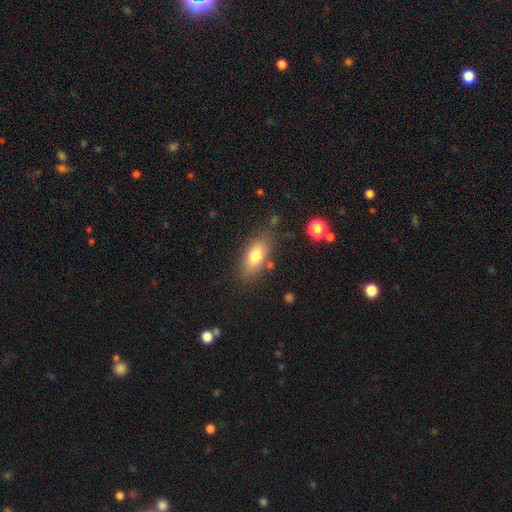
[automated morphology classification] The model was most divided on "smooth or featured": smooth: 76%, featured or disk: 16%, star or artifact: 8%. More confident: how rounded — in between (84%); merging — none (77%).